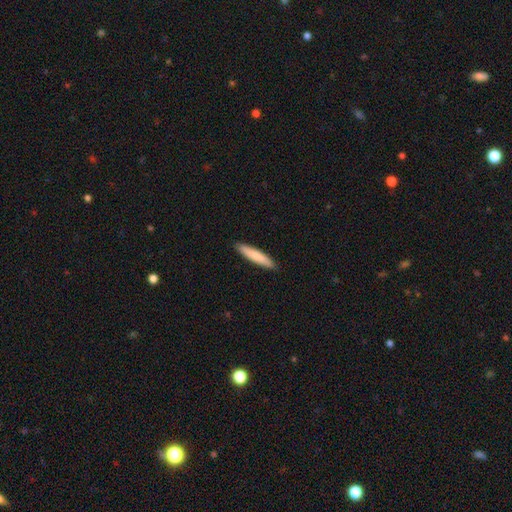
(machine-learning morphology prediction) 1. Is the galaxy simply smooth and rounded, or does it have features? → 80% smooth, 15% featured or disk, 5% star or artifact.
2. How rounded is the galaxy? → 90% cigar-shaped, 9% in between, 1% round.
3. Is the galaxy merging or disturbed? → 91% none, 7% minor disturbance, 1% major disturbance, 1% merger.